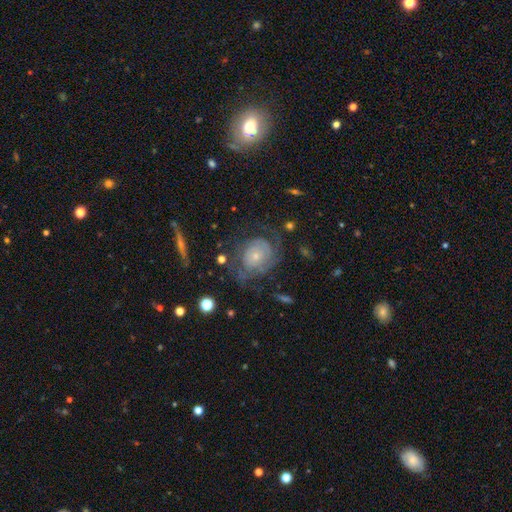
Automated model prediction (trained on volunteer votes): Smooth or featured: featured or disk — 68% (smooth — 23%)
Edge-on disk: no — 96% (yes — 4%)
Bar: no — 81% (weak — 16%)
Spiral arms: yes — 80% (no — 20%)
Spiral winding: tight — 58% (medium — 28%)
Spiral arm count: can't tell — 45% (2 — 26%)
Bulge size: small — 71% (moderate — 21%)
Merging: none — 51% (major disturbance — 25%)